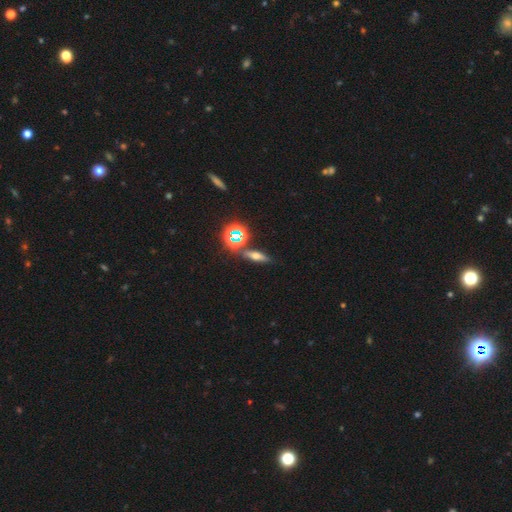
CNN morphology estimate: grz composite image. It shows a smooth galaxy with no disk features (41%). Merging: none (79%).